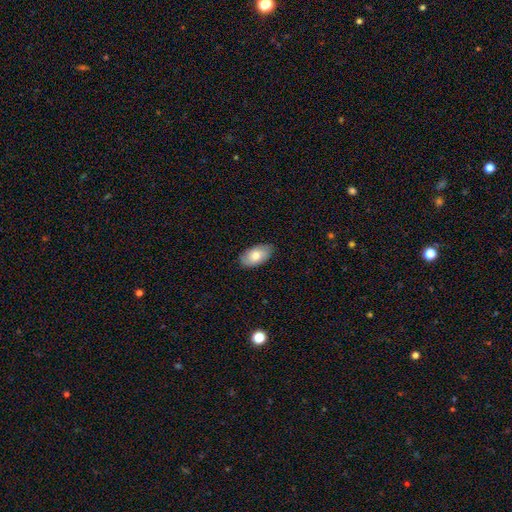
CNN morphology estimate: smooth_or_featured: smooth (p=0.74) [alt: featured or disk p=0.19]
how_rounded: in between (p=0.94) [alt: round p=0.04]
merging: none (p=0.84) [alt: minor disturbance p=0.13]